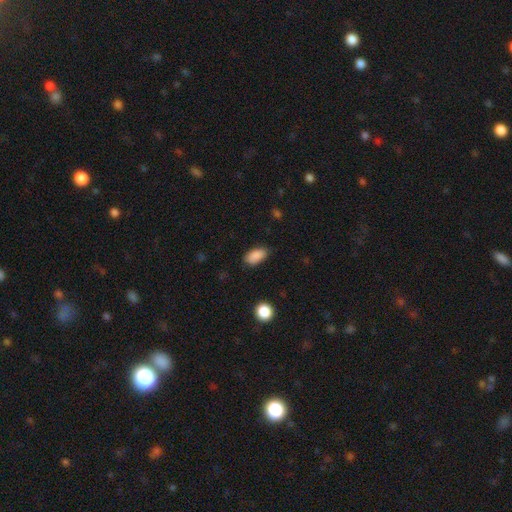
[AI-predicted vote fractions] This appears to be a smooth galaxy with no disk features (88%) that is in between round and cigar-shaped (92%). Merging: none (79%).